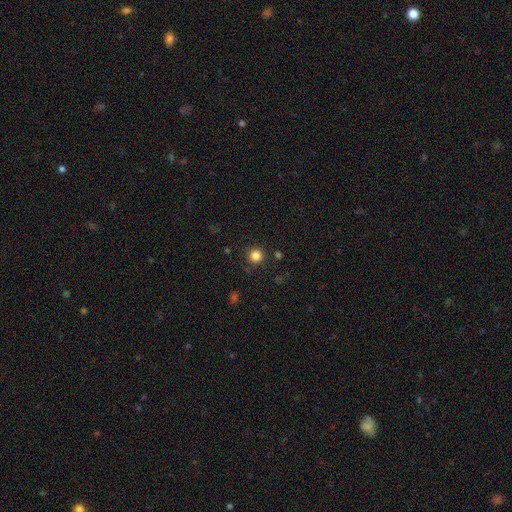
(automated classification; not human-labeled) Smooth or featured: smooth — 83% (star or artifact — 13%)
How rounded: round — 95% (in between — 4%)
Merging: none — 90% (minor disturbance — 6%)